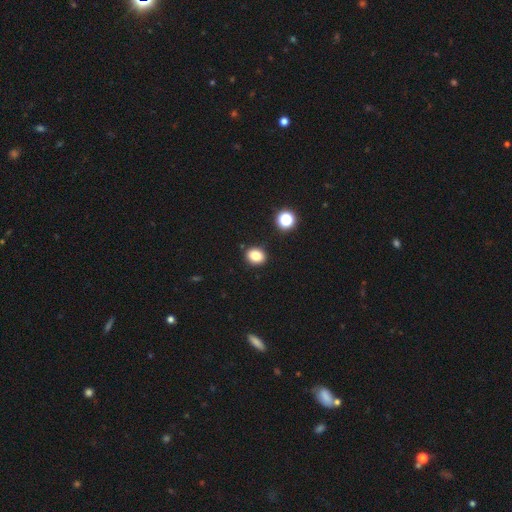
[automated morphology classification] This is clearly a smooth galaxy (83%). How rounded: possibly round (54%). Merging: clearly none (88%).